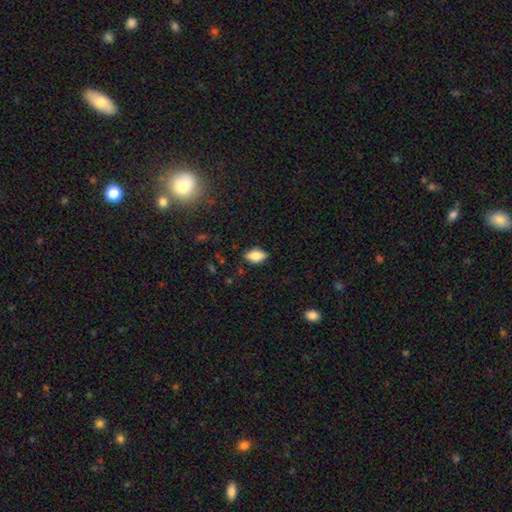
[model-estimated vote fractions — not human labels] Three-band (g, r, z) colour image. It shows a smooth galaxy with no disk features (81%) that is in between round and cigar-shaped (89%). Merging: none (85%).